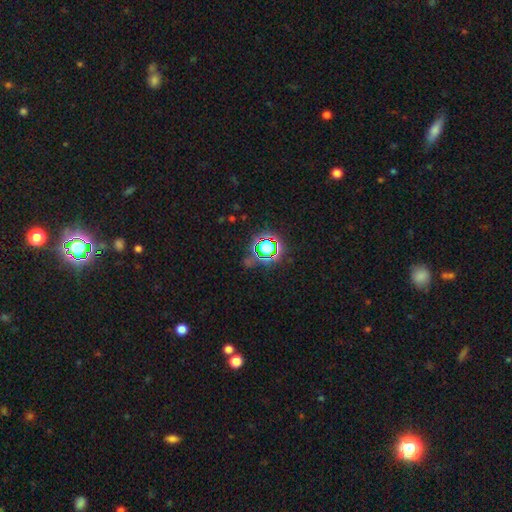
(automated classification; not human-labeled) This appears to be a star or artifact, not a galaxy (74%).